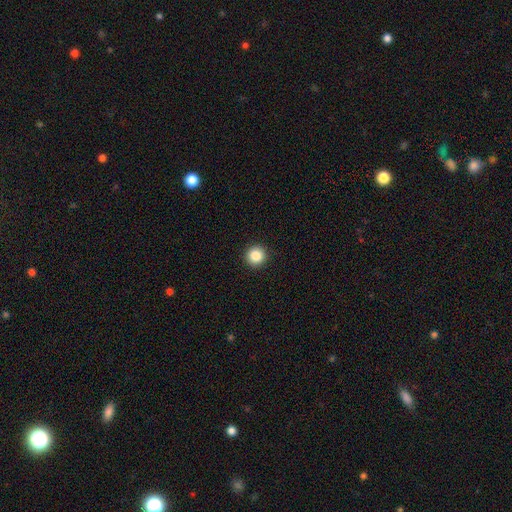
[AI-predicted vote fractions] Q: Smooth or featured?
A: smooth (86%); runner-up: star or artifact (10%)
Q: How rounded?
A: round (95%); runner-up: in between (4%)
Q: Merging?
A: none (93%); runner-up: minor disturbance (4%)